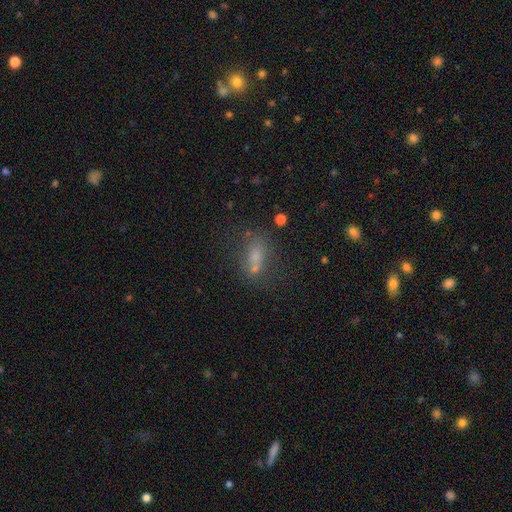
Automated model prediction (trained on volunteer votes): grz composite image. It shows a smooth galaxy with no disk features (64%) that is in between round and cigar-shaped (69%). Merging: none (49%).